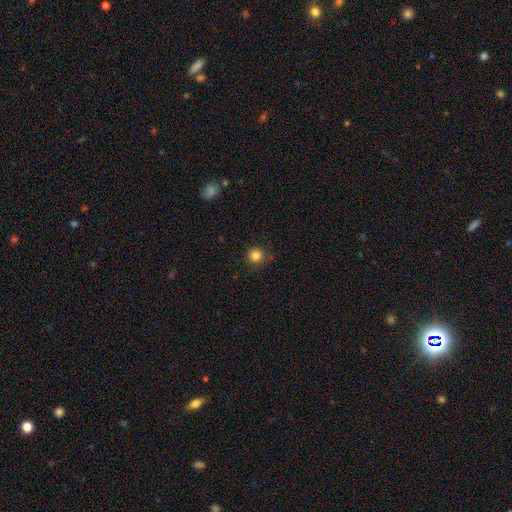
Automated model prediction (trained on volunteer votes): smooth-or-featured: smooth: 84% | star or artifact: 12% | featured or disk: 4%
  how-rounded: round: 94% | in between: 5% | cigar-shaped: 1%
  merging: none: 89% | minor disturbance: 8% | major disturbance: 2% | merger: 1%